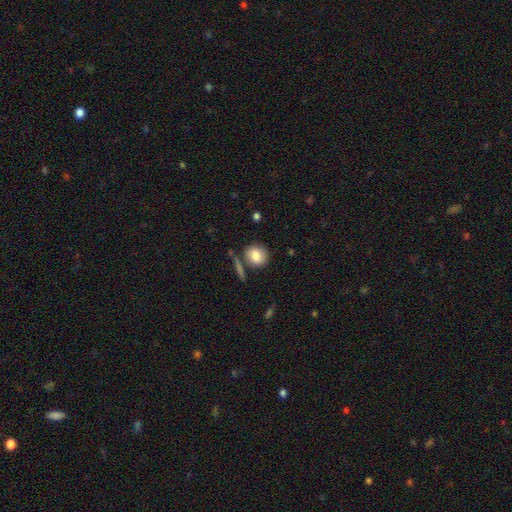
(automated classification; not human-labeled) Smooth or featured?
  - smooth: 81% *
  - featured or disk: 10%
  - star or artifact: 8%
How rounded?
  - round: 78% *
  - in between: 20%
  - cigar-shaped: 2%
Merging?
  - none: 73% *
  - minor disturbance: 13%
  - merger: 9%
  - major disturbance: 4%